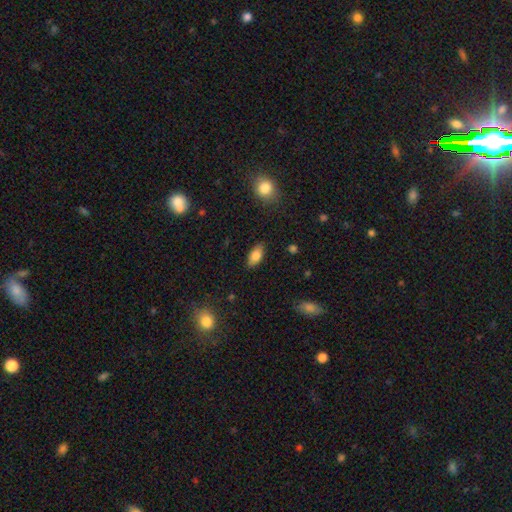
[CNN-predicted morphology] Smooth or featured?
  - smooth: 82% *
  - featured or disk: 11%
  - star or artifact: 8%
How rounded?
  - in between: 90% *
  - cigar-shaped: 7%
  - round: 4%
Merging?
  - none: 87% *
  - minor disturbance: 10%
  - major disturbance: 2%
  - merger: 1%